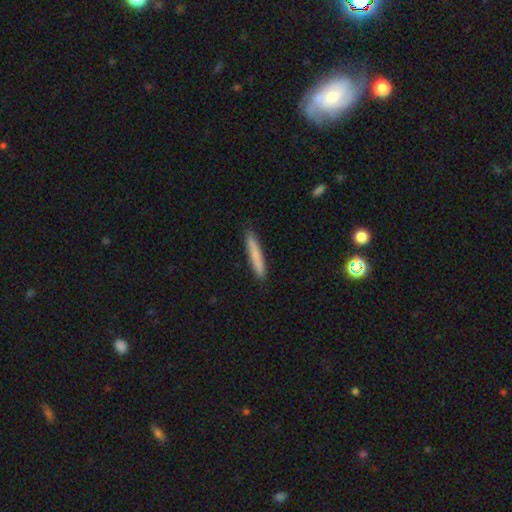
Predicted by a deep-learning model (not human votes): Smooth or featured?
  - smooth: 79% *
  - featured or disk: 14%
  - star or artifact: 6%
How rounded?
  - cigar-shaped: 94% *
  - in between: 4%
  - round: 1%
Merging?
  - none: 89% *
  - minor disturbance: 8%
  - major disturbance: 2%
  - merger: 1%